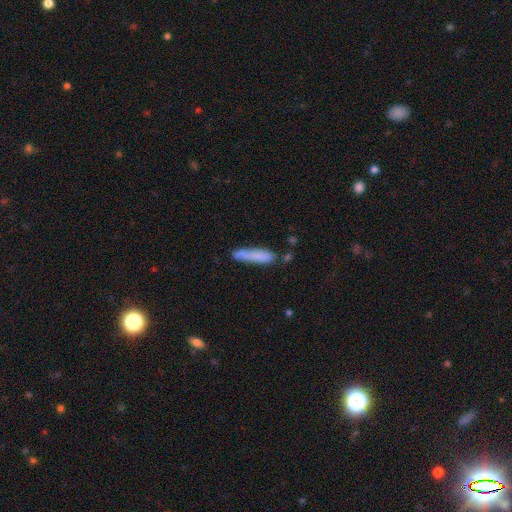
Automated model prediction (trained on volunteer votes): This is likely a smooth galaxy (79%). How rounded: clearly cigar-shaped (87%). Merging: likely none (66%).